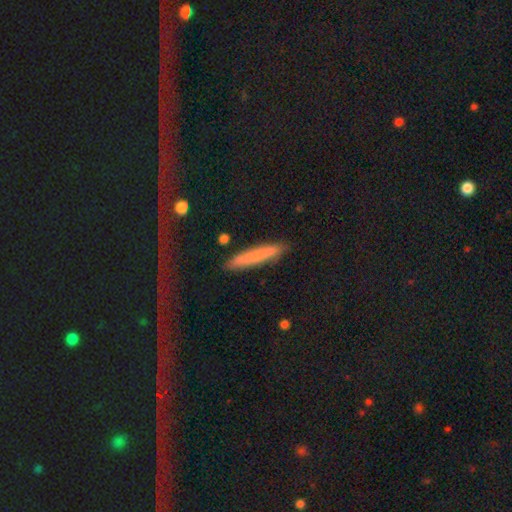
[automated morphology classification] smooth-or-featured: smooth: 75% | featured or disk: 19% | star or artifact: 7%
  how-rounded: cigar-shaped: 94% | in between: 4% | round: 1%
  merging: none: 85% | minor disturbance: 10% | major disturbance: 3% | merger: 2%